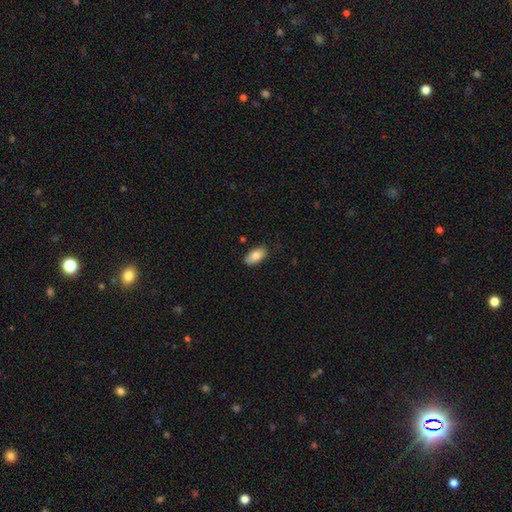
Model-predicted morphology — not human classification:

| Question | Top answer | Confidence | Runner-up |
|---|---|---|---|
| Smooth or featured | smooth | 84% | featured or disk (9%) |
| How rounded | in between | 93% | cigar-shaped (5%) |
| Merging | none | 83% | minor disturbance (13%) |